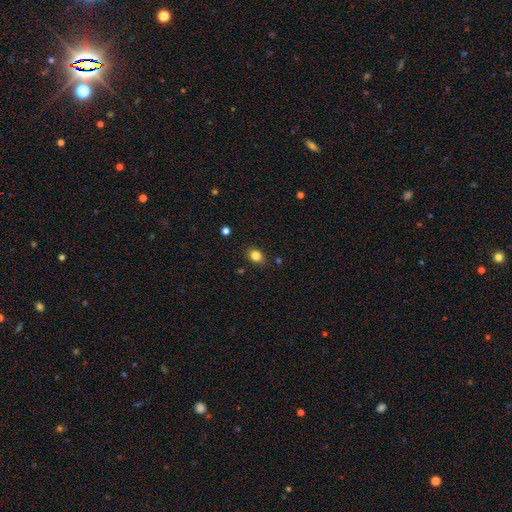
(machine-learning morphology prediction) Overall: smooth (84%). How rounded: in between (61%; round 38%). Merging: none (85%).